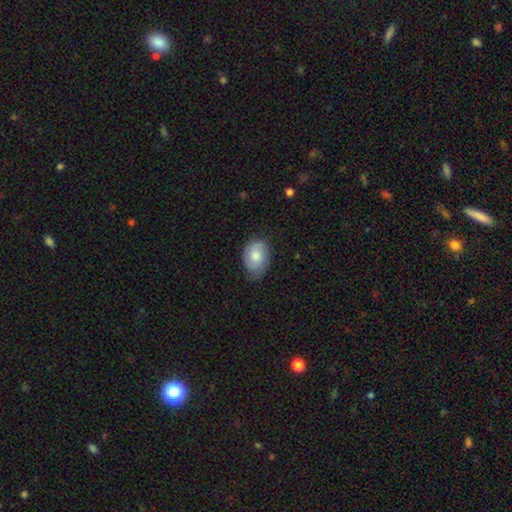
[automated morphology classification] A smooth galaxy with no disk features (73%) that is in between round and cigar-shaped (74%).

Vote fractions:
- Smooth or featured? smooth: 73% / featured or disk: 21% / star or artifact: 6%
- How rounded? in between: 74% / round: 25% / cigar-shaped: 1%
- Merging? none: 69% / minor disturbance: 25% / major disturbance: 5% / merger: 1%